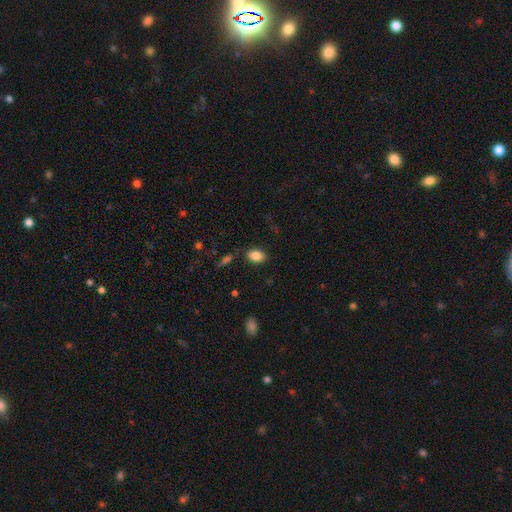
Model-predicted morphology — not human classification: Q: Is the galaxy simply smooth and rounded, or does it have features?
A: smooth — 86%.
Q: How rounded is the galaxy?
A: in between — 82%.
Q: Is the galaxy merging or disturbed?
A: none — 82%.